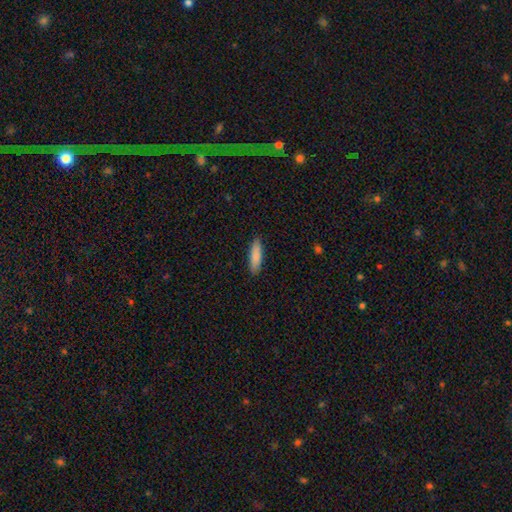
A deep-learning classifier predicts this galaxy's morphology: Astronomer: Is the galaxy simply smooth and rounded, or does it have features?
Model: smooth — 87%.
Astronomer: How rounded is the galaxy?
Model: cigar-shaped — 64%.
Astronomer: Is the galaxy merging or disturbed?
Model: none — 90%.